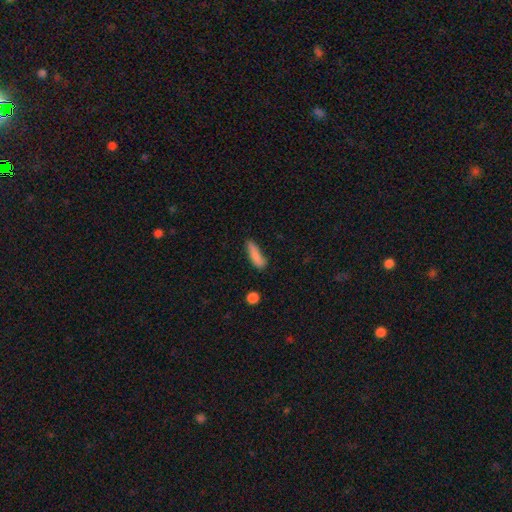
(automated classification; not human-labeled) Morphology: type=smooth (84%); roundness=cigar-shaped (69%); merging=none (68%).